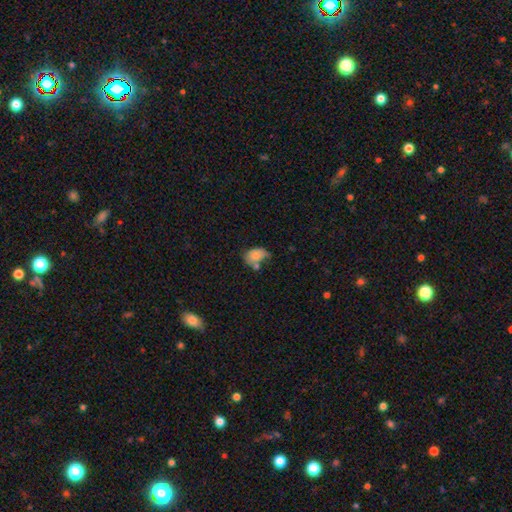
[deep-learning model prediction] This appears to be a smooth galaxy with no disk features (77%) that is in between round and cigar-shaped (78%). Merging: none (37%).